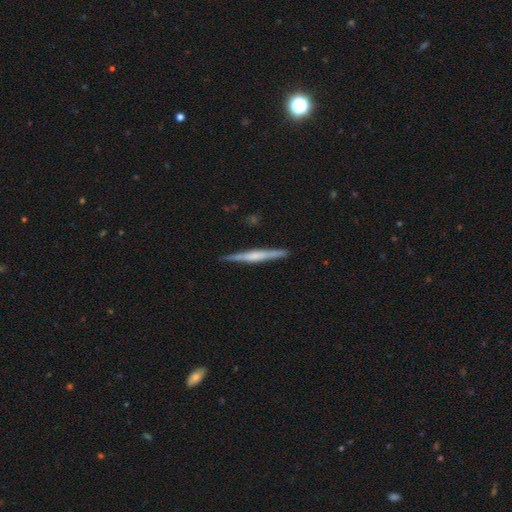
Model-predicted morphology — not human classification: Overall: featured or disk (63%; smooth 32%). Edge-on disk: yes (98%). Edge-on bulge: rounded (47%; none 32%). Merging: none (90%).